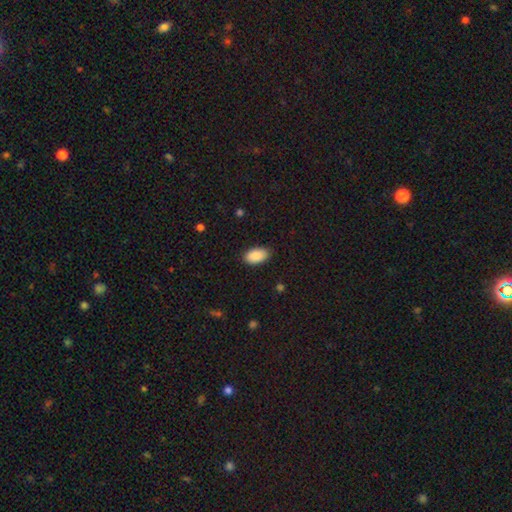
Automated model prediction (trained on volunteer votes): Smooth or featured: smooth — 90% (star or artifact — 7%)
How rounded: in between — 95% (round — 4%)
Merging: none — 86% (minor disturbance — 10%)